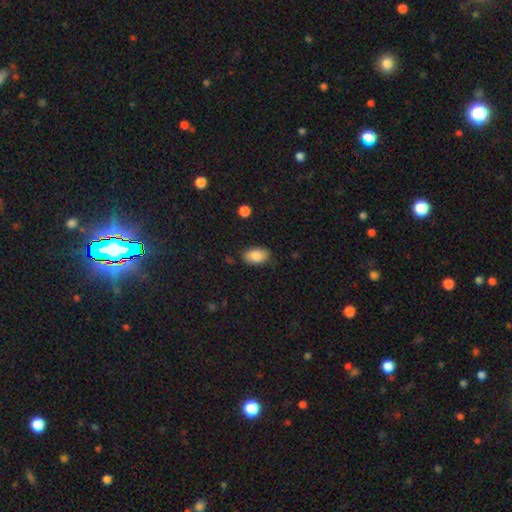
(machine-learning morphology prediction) Smooth or featured? Predicted: smooth (p=0.85). How rounded? Predicted: in between (p=0.92). Merging? Predicted: none (p=0.80).